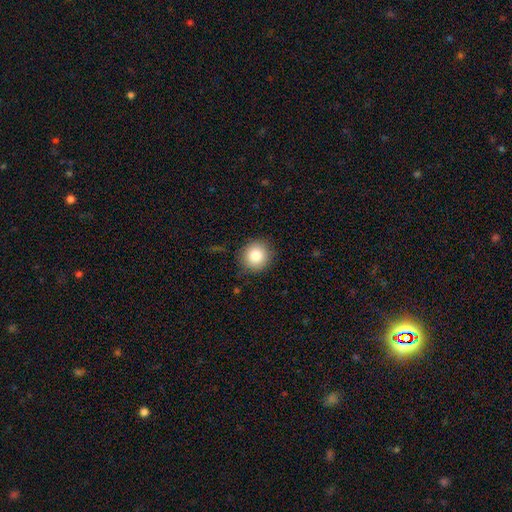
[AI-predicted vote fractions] Morphology: type=smooth (85%); roundness=round (91%); merging=none (87%).